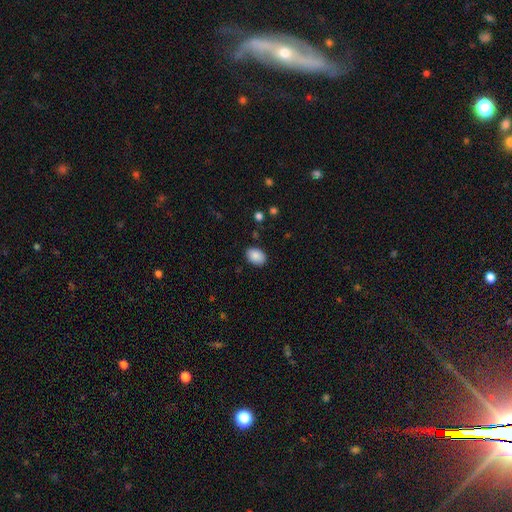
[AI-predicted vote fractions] Smooth or featured?
  - smooth: 88% *
  - star or artifact: 7%
  - featured or disk: 4%
How rounded?
  - in between: 83% *
  - round: 16%
  - cigar-shaped: 1%
Merging?
  - none: 86% *
  - minor disturbance: 10%
  - major disturbance: 2%
  - merger: 1%